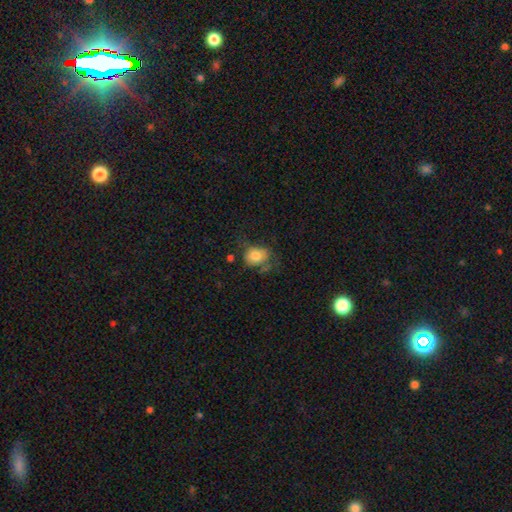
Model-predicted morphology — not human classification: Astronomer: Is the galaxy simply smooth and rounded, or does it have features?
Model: smooth — 76%.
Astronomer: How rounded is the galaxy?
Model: round — 50% (runner-up: in between, 49%).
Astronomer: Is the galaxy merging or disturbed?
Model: none — 47% (runner-up: minor disturbance, 28%).